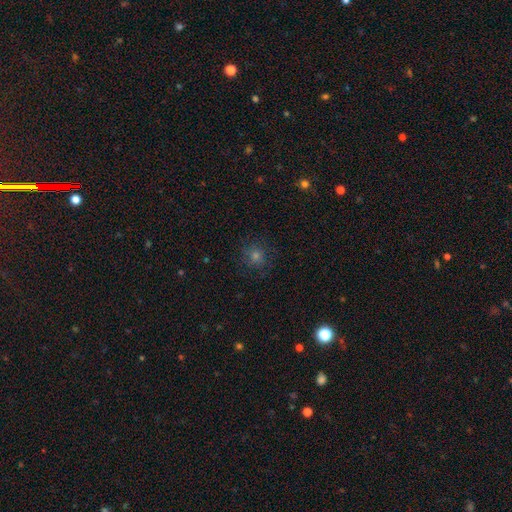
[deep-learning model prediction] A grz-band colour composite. It shows a smooth galaxy with no disk features (55%) that is round (91%). Merging: none (84%).